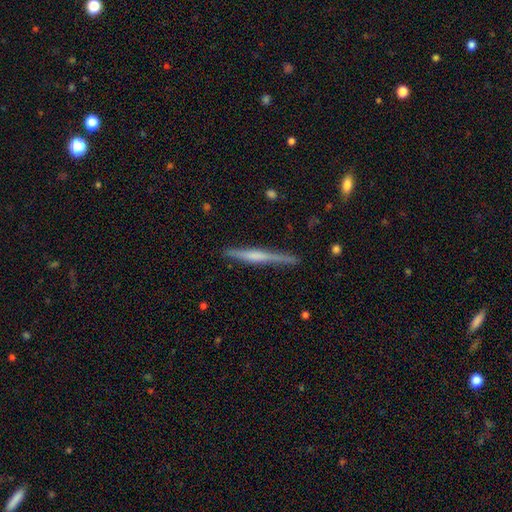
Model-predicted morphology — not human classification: Smooth or featured? Predicted: featured or disk (p=0.63). Edge-on disk? Predicted: yes (p=0.98). Edge-on bulge? Predicted: rounded (p=0.44). Merging? Predicted: none (p=0.87).